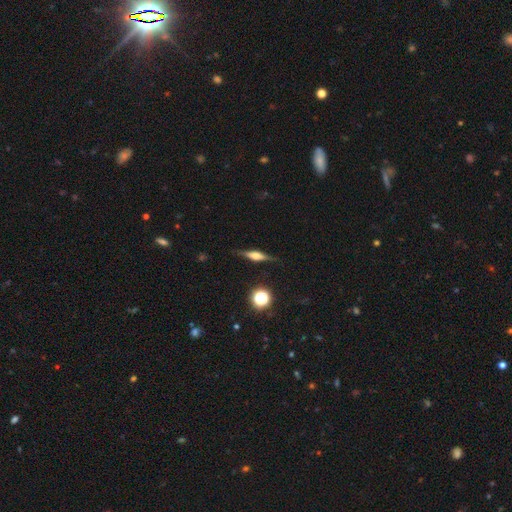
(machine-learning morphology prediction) Smooth or featured?
  - featured or disk: 65% *
  - smooth: 27%
  - star or artifact: 9%
Edge-on disk?
  - yes: 96% *
  - no: 4%
Edge-on bulge?
  - rounded: 76% *
  - boxy: 20%
  - none: 4%
Merging?
  - none: 85% *
  - minor disturbance: 11%
  - major disturbance: 3%
  - merger: 1%